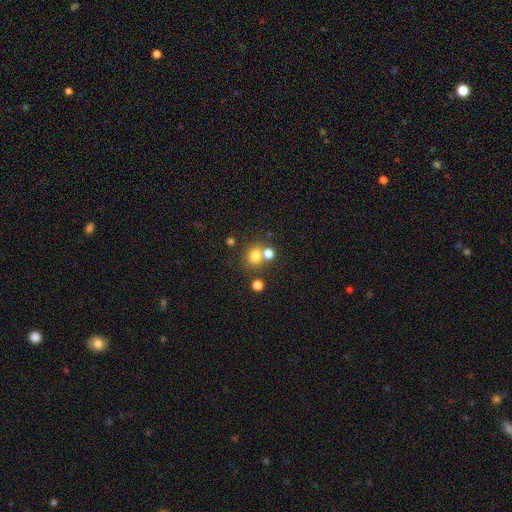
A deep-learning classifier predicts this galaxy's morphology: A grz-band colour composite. It shows a smooth galaxy with no disk features (75%) that is round (79%). Merging: none (57%).